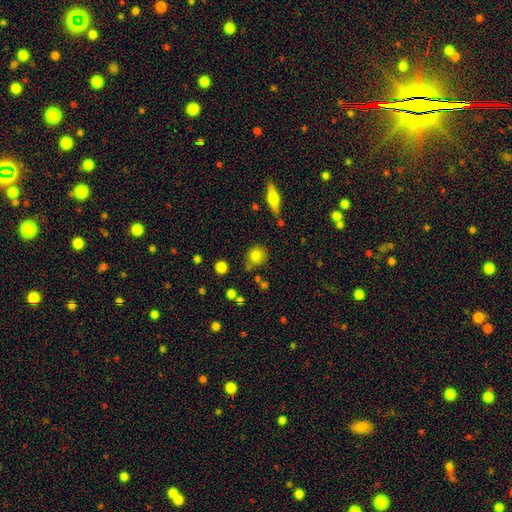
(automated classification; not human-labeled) A smooth galaxy with no disk features (81%) that is round (81%). Merging: none (73%).